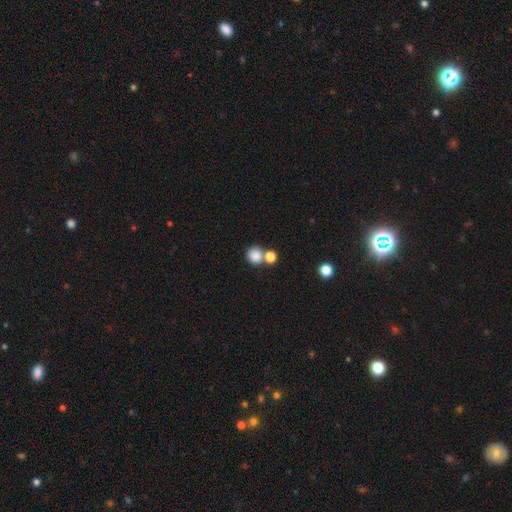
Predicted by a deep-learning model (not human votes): Smooth or featured? smooth (84%)
How rounded? round (86%)
Merging? none (55%)